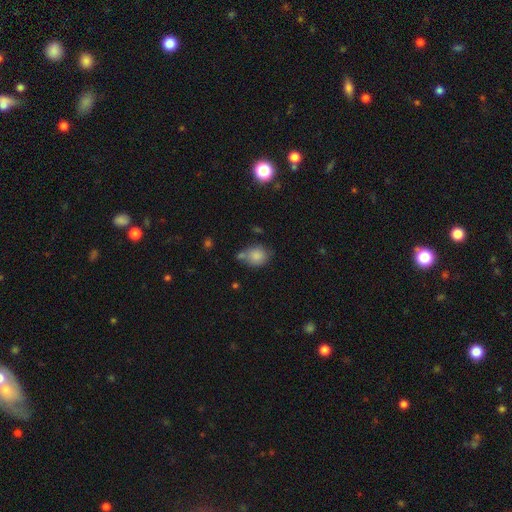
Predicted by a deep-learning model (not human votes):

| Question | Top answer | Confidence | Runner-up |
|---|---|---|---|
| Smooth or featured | smooth | 84% | star or artifact (9%) |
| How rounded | round | 70% | in between (29%) |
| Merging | none | 54% | minor disturbance (21%) |